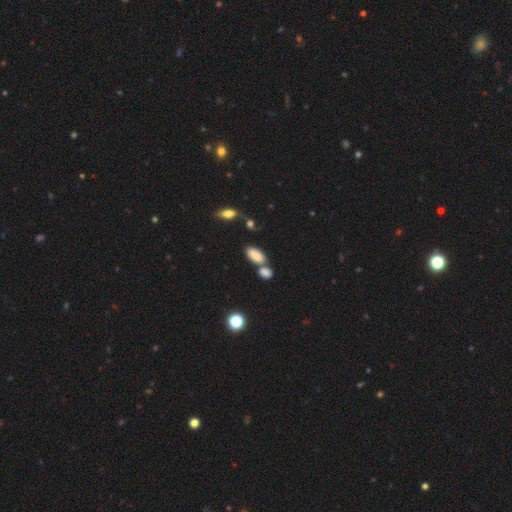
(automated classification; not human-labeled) Smooth or featured?
  - smooth: 81% *
  - featured or disk: 9%
  - star or artifact: 9%
How rounded?
  - in between: 91% *
  - round: 5%
  - cigar-shaped: 4%
Merging?
  - none: 49% *
  - merger: 34%
  - minor disturbance: 12%
  - major disturbance: 4%